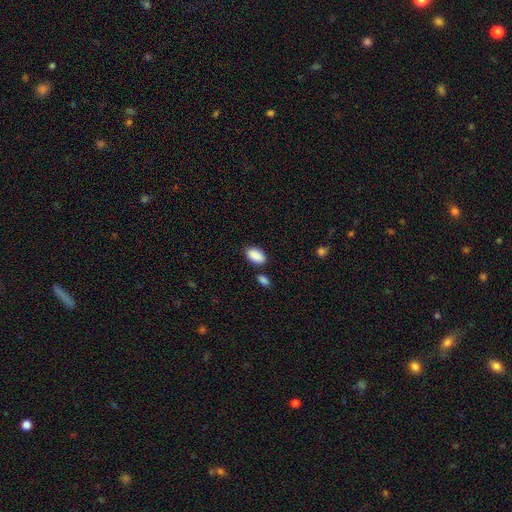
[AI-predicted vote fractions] Smooth or featured? smooth (90%)
How rounded? in between (93%)
Merging? none (79%)